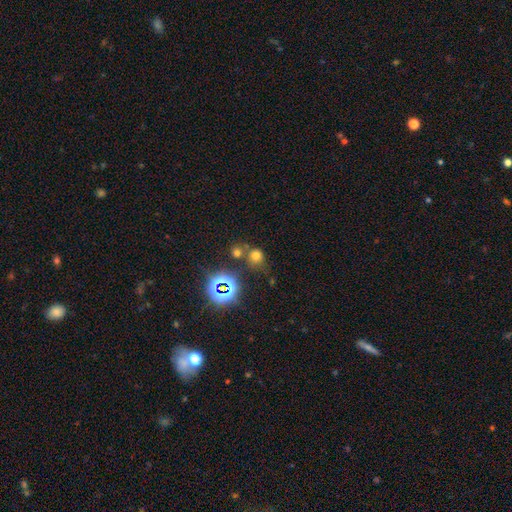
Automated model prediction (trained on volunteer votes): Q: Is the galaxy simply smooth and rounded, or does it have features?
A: smooth — 62%.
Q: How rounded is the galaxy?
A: round — 79%.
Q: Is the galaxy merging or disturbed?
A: none — 61%.